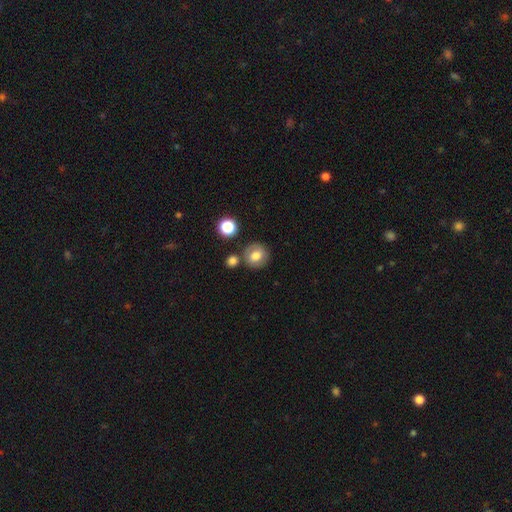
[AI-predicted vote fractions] A smooth galaxy with no disk features (68%) that is round (85%).

Vote fractions:
- Smooth or featured? smooth: 68% / featured or disk: 23% / star or artifact: 10%
- How rounded? round: 85% / in between: 14% / cigar-shaped: 1%
- Merging? none: 75% / minor disturbance: 12% / merger: 10% / major disturbance: 4%